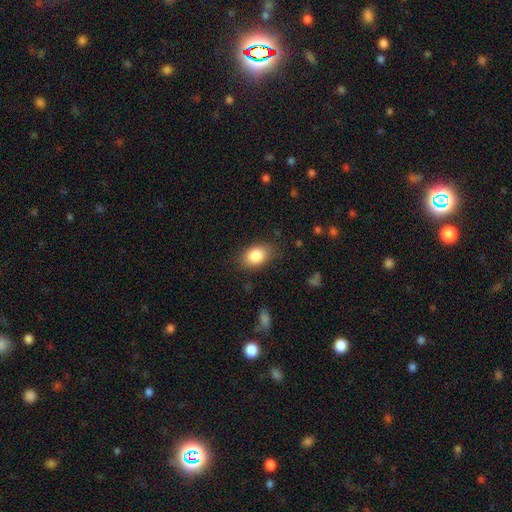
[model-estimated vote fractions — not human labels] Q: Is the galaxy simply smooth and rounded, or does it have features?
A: smooth — 85%.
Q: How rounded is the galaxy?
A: in between — 83%.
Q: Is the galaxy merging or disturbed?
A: none — 82%.